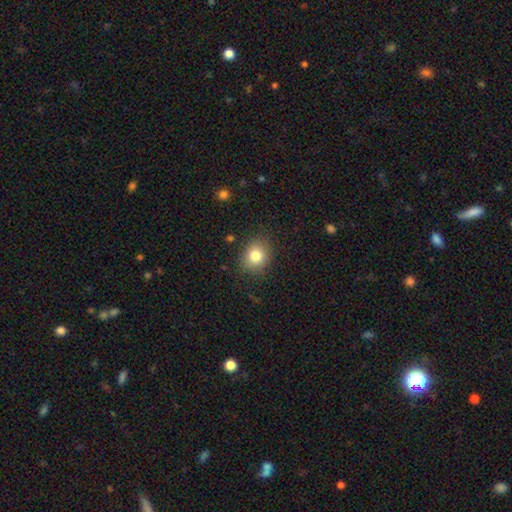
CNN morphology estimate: This is likely a smooth galaxy (80%). How rounded: likely round (64%). Merging: clearly none (84%).